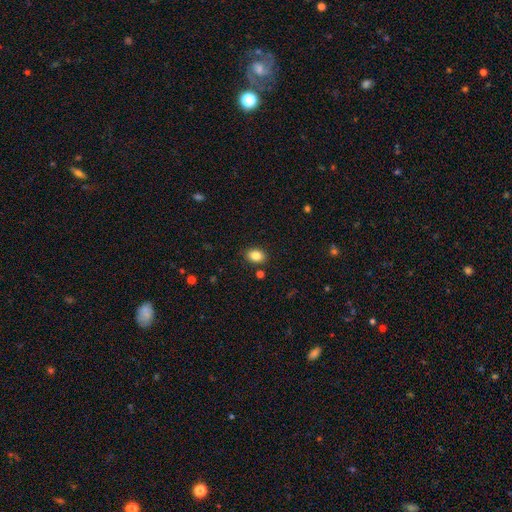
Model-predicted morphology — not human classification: Smooth or featured? Predicted: smooth (p=0.84). How rounded? Predicted: in between (p=0.72). Merging? Predicted: none (p=0.87).